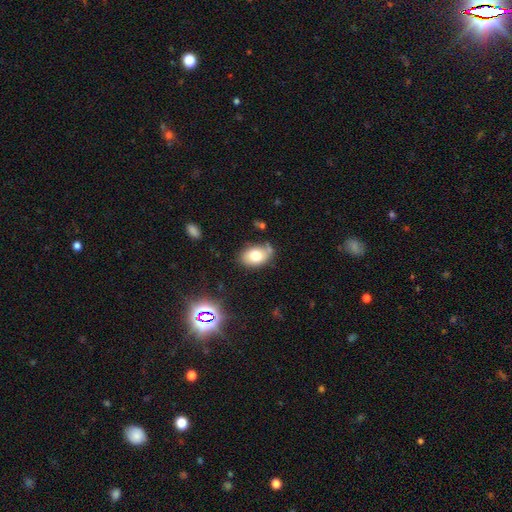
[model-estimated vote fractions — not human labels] Q: Smooth or featured?
A: smooth (74%); runner-up: featured or disk (17%)
Q: How rounded?
A: in between (84%); runner-up: round (15%)
Q: Merging?
A: none (60%); runner-up: minor disturbance (25%)